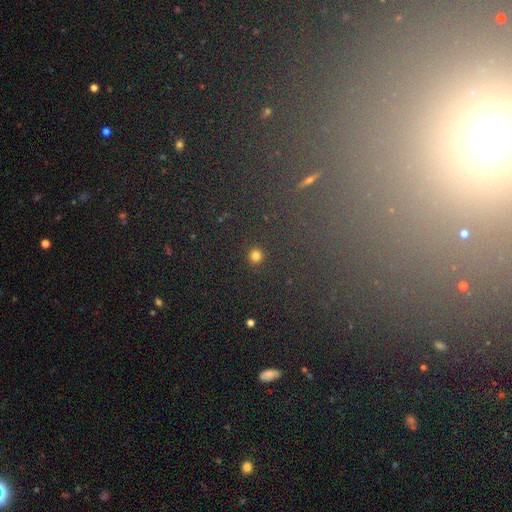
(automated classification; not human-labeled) Smooth or featured? Predicted: smooth (p=0.79). How rounded? Predicted: round (p=0.94). Merging? Predicted: none (p=0.91).